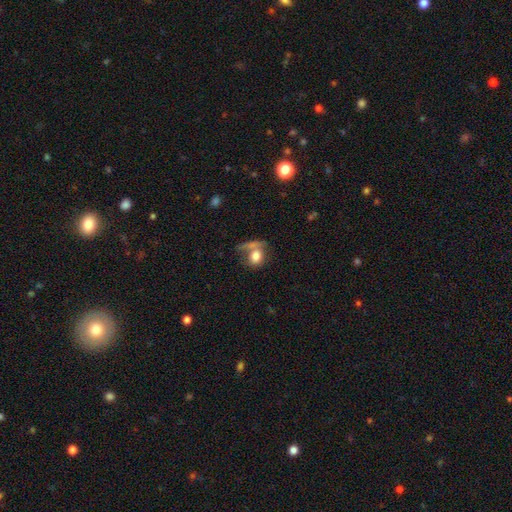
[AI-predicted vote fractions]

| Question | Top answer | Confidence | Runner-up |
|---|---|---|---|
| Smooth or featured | smooth | 75% | featured or disk (16%) |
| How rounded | round | 51% | in between (46%) |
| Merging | none | 37% | merger (33%) |